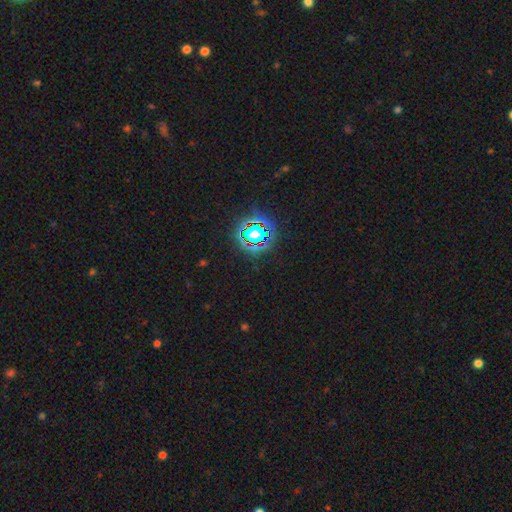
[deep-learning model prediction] Smooth or featured? star or artifact (80%)